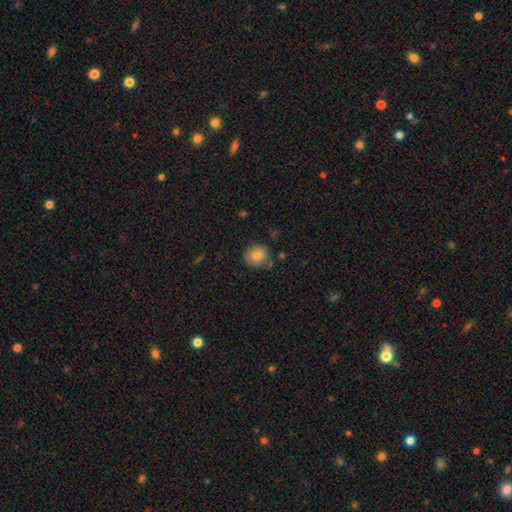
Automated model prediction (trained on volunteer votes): smooth-or-featured: smooth: 83% | star or artifact: 9% | featured or disk: 8%
  how-rounded: round: 83% | in between: 16% | cigar-shaped: 1%
  merging: none: 77% | minor disturbance: 16% | merger: 4% | major disturbance: 3%